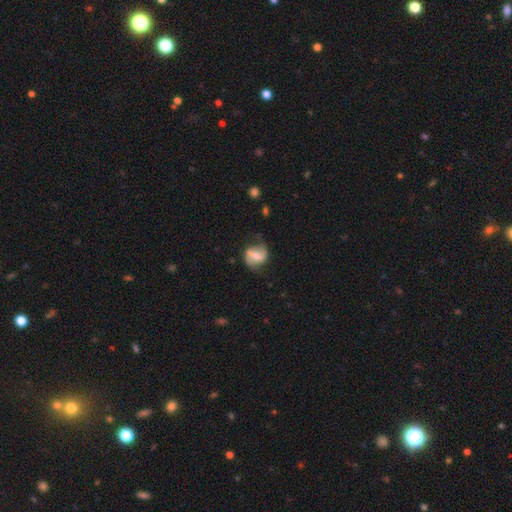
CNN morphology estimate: Overall: featured or disk (68%). Edge-on disk: no (96%). Bar: strong (41%; weak 39%). Spiral arms: yes (84%). Spiral arm count: 2 (87%). Spiral winding: loose (44%; medium 39%). Bulge size: moderate (55%; small 35%). Merging: none (69%).